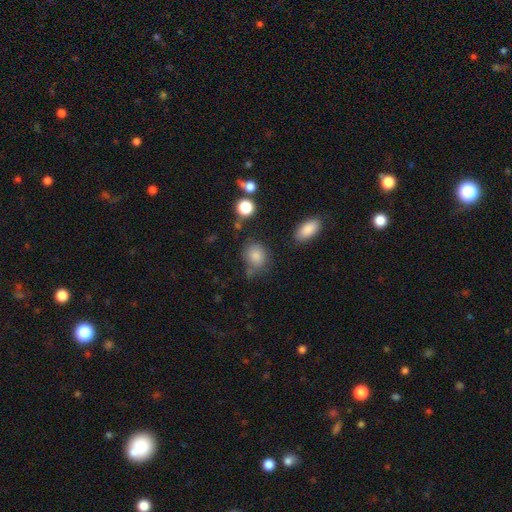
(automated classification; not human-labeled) Smooth or featured? Predicted: smooth (p=0.81). How rounded? Predicted: round (p=0.61). Merging? Predicted: none (p=0.60).